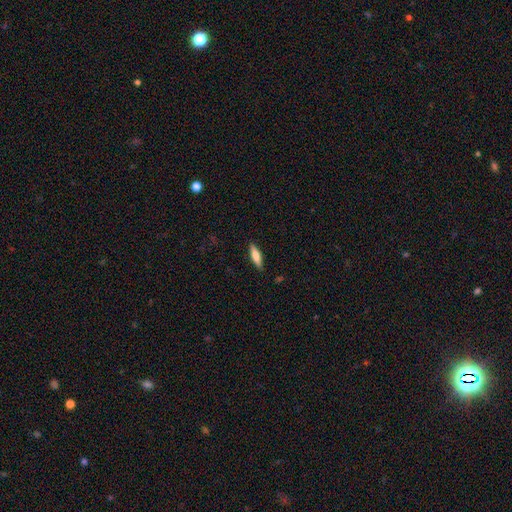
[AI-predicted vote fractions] Smooth or featured? smooth (74%)
How rounded? cigar-shaped (64%)
Merging? none (86%)